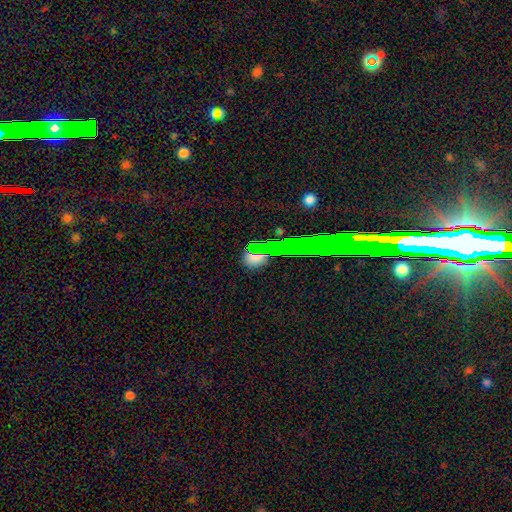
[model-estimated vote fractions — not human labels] Smooth or featured?
  - smooth: 45% *
  - star or artifact: 41%
  - featured or disk: 14%
Merging?
  - none: 78% *
  - minor disturbance: 13%
  - major disturbance: 5%
  - merger: 4%